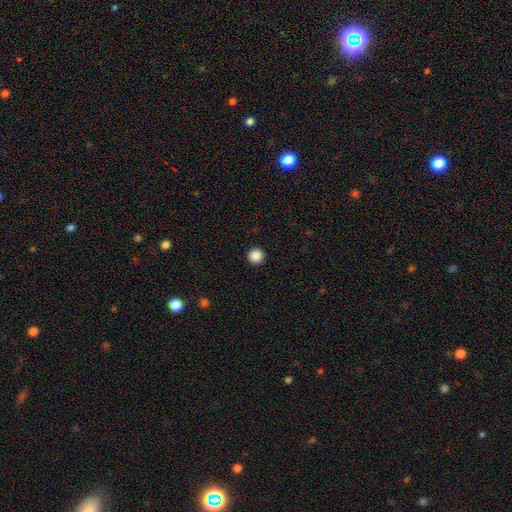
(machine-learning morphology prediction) A smooth galaxy with no disk features (87%) that is round (96%). Merging: none (94%).